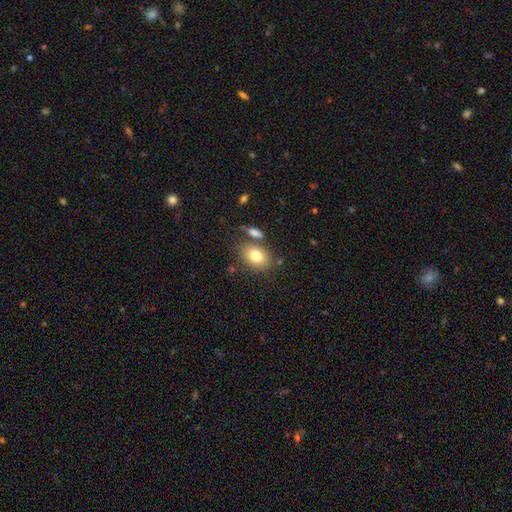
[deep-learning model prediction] A smooth galaxy with no disk features (78%) that is in between round and cigar-shaped (72%). Merging: none (69%).